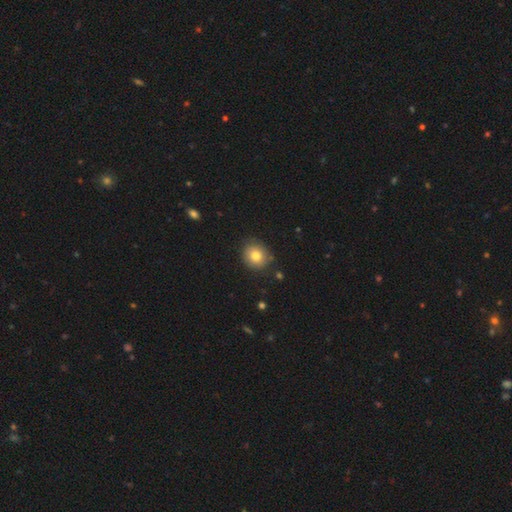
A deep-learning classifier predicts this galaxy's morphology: A smooth galaxy with no disk features (80%) that is round (82%).

Vote fractions:
- Smooth or featured? smooth: 80% / featured or disk: 11% / star or artifact: 9%
- How rounded? round: 82% / in between: 17% / cigar-shaped: 1%
- Merging? none: 84% / minor disturbance: 12% / major disturbance: 2% / merger: 2%